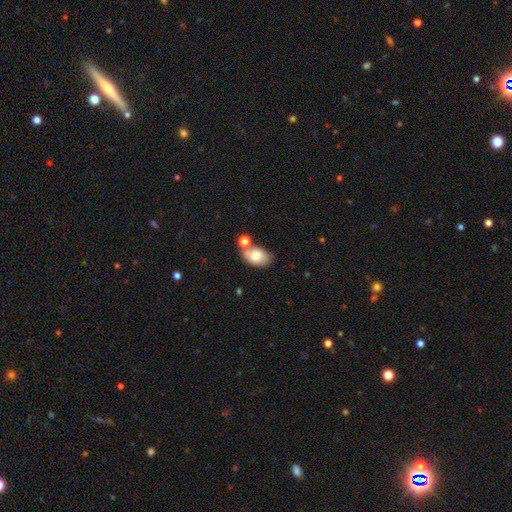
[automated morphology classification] This is likely a smooth galaxy (74%). How rounded: clearly in between (86%). Merging: possibly none (52%).